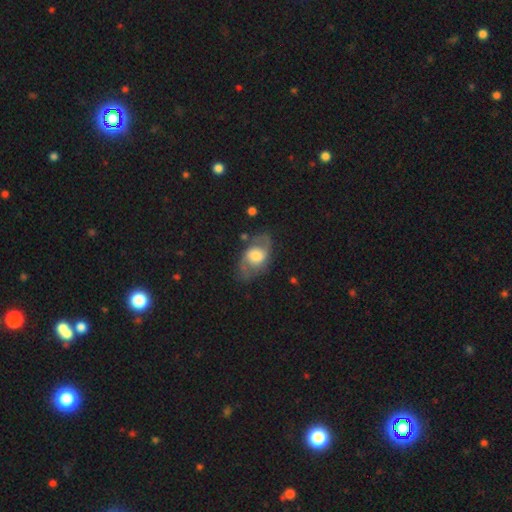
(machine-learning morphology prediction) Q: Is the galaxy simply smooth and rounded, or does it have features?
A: featured or disk — 66%.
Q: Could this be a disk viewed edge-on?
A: no — 94%.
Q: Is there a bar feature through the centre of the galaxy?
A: no — 58%.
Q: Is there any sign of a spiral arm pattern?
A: yes — 84%.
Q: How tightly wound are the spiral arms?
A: medium — 46%.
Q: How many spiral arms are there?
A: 2 — 88%.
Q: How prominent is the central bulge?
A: large — 44%.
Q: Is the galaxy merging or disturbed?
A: none — 68%.